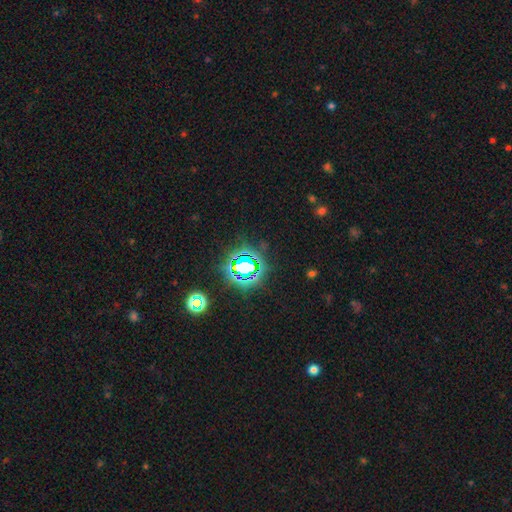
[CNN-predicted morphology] star or artifact 80%, smooth 13%, featured or disk 7%.